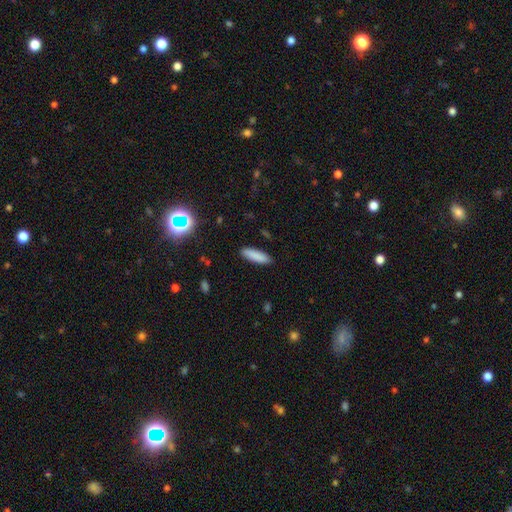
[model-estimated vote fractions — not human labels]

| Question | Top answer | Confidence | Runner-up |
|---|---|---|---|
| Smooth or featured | smooth | 87% | star or artifact (7%) |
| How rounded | cigar-shaped | 58% | in between (40%) |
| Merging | none | 89% | minor disturbance (8%) |